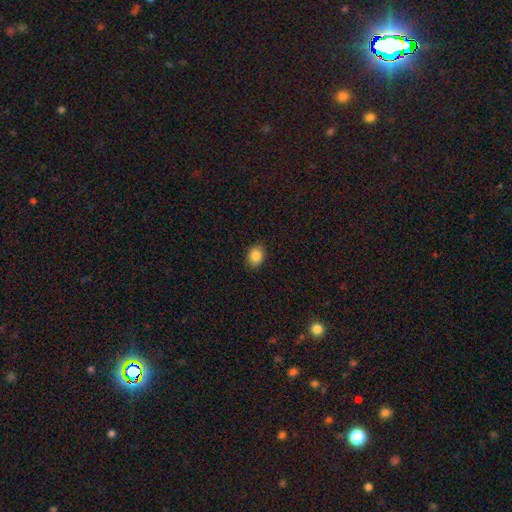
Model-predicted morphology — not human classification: The model was most divided on "how rounded": in between: 59%, round: 40%, cigar-shaped: 1%. More confident: merging — none (89%); smooth or featured — smooth (86%).